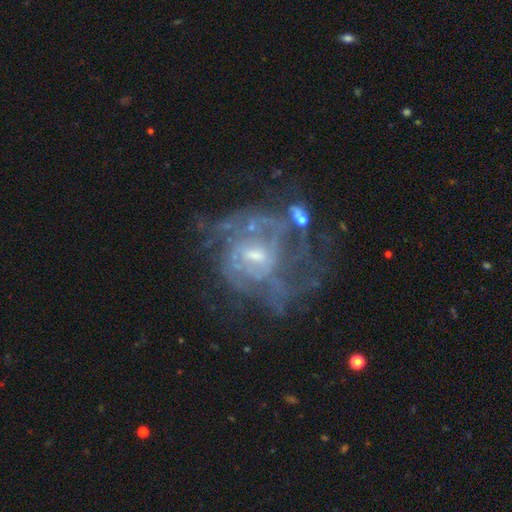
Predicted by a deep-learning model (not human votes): Smooth or featured? featured or disk (81%)
Edge-on disk? no (97%)
Bar? weak (45%, tied with no)
Spiral arms? yes (74%)
Spiral winding? tight (47%)
Spiral arm count? can't tell (53%)
Bulge size? small (49%)
Merging? none (43%)